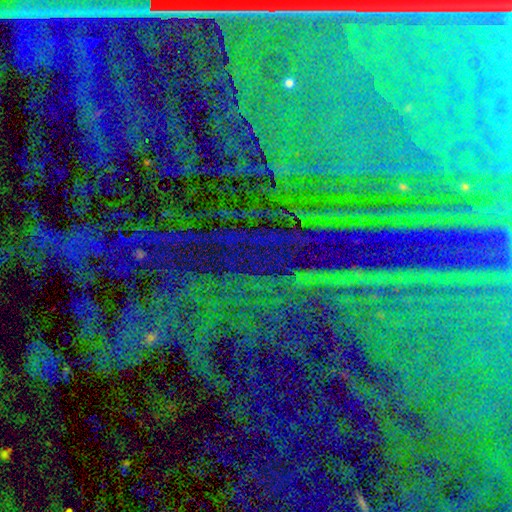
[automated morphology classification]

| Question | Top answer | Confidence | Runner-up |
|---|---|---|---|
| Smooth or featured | star or artifact | 86% | featured or disk (8%) |